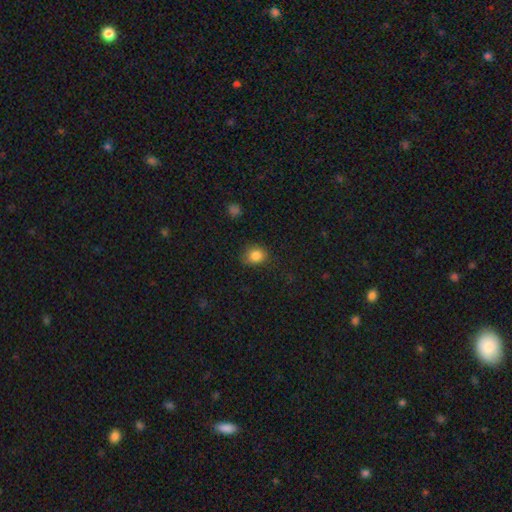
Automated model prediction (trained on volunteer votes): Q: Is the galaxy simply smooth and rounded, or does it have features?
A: smooth — 85%.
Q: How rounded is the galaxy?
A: round — 64%.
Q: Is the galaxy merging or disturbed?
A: none — 77%.